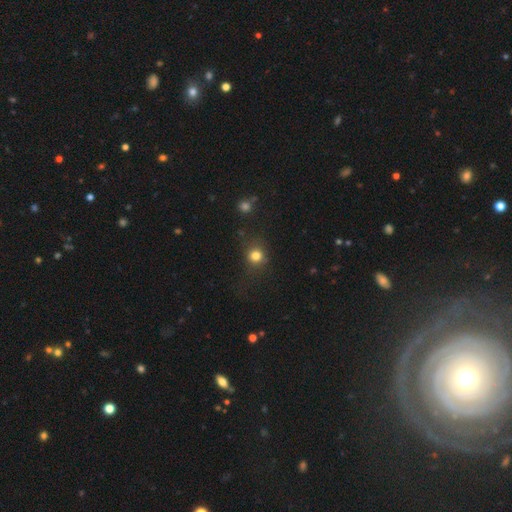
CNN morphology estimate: This is likely a smooth galaxy (79%). How rounded: clearly round (85%). Merging: likely none (76%).